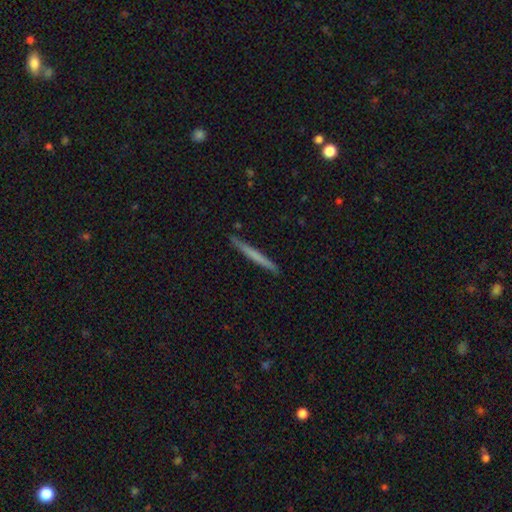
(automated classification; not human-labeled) A smooth galaxy with no disk features (58%) that is cigar-shaped (97%). Merging: none (91%).